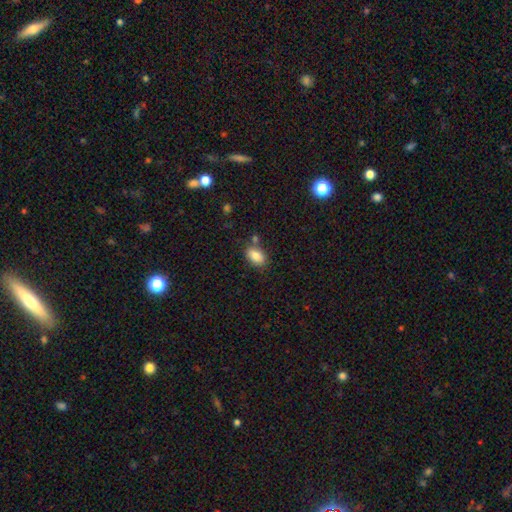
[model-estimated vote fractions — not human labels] The model was most divided on "merging": none: 72%, minor disturbance: 14%, merger: 11%, major disturbance: 3%. More confident: how rounded — in between (89%); smooth or featured — smooth (83%).